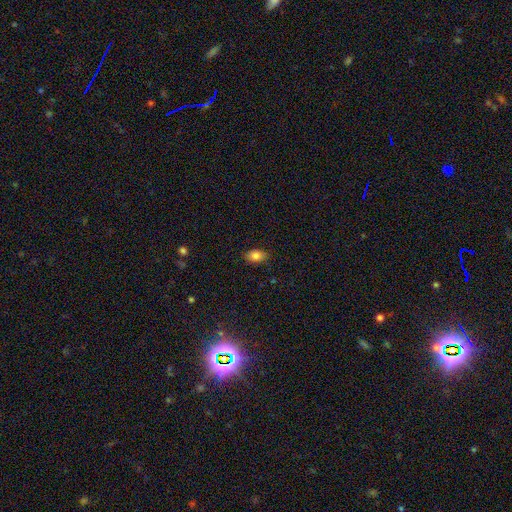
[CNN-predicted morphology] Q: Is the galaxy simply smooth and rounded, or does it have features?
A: smooth — 84%.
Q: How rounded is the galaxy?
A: in between — 88%.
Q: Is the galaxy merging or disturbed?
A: none — 84%.